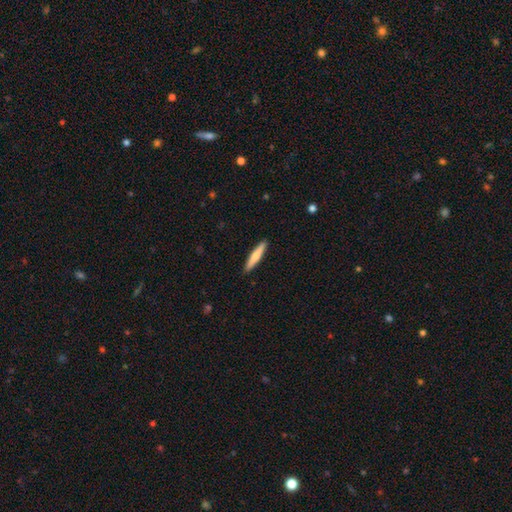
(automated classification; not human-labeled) Q: Smooth or featured?
A: smooth (69%); runner-up: featured or disk (26%)
Q: How rounded?
A: cigar-shaped (92%); runner-up: in between (7%)
Q: Merging?
A: none (91%); runner-up: minor disturbance (7%)